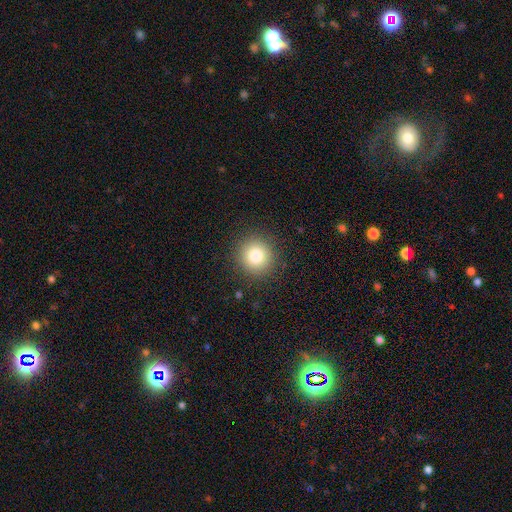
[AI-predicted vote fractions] The model was most divided on "smooth or featured": smooth: 82%, star or artifact: 11%, featured or disk: 7%. More confident: how rounded — round (94%); merging — none (90%).